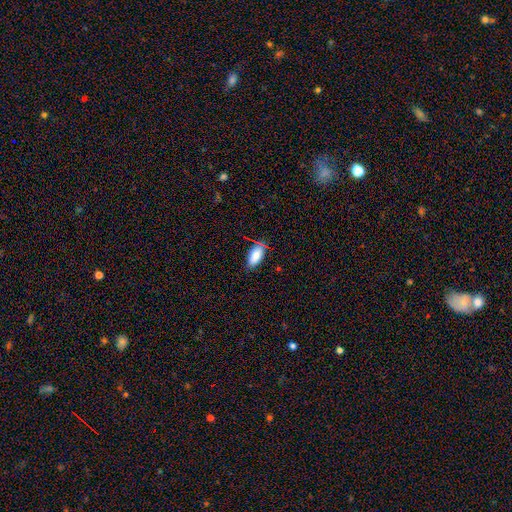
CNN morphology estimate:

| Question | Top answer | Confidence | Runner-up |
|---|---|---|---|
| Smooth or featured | smooth | 83% | featured or disk (8%) |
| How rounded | in between | 89% | cigar-shaped (8%) |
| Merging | none | 72% | minor disturbance (21%) |